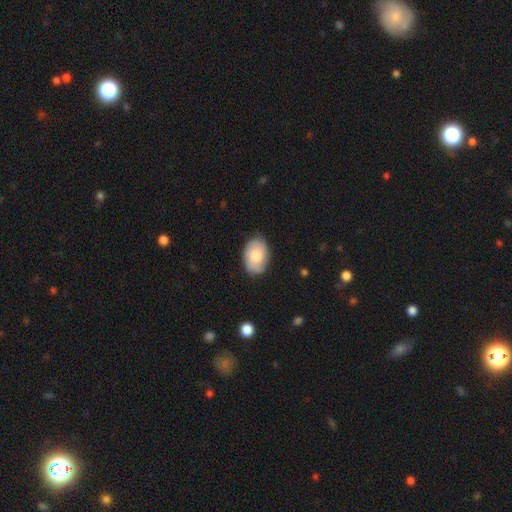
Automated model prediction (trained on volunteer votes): Smooth or featured?
  - smooth: 76% *
  - featured or disk: 18%
  - star or artifact: 6%
How rounded?
  - in between: 86% *
  - round: 13%
  - cigar-shaped: 1%
Merging?
  - none: 81% *
  - minor disturbance: 15%
  - major disturbance: 3%
  - merger: 1%